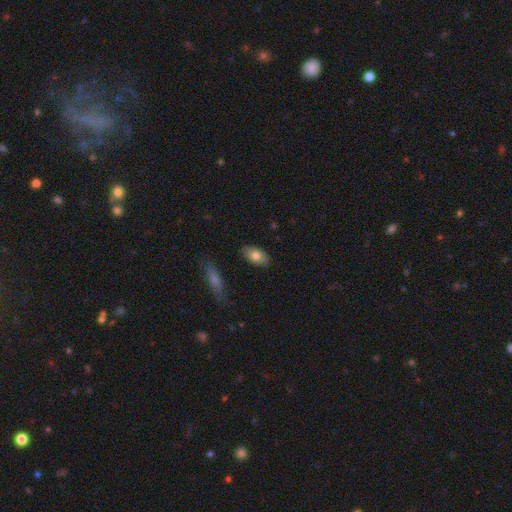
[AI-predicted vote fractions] Morphology: type=smooth (79%); roundness=in between (92%); merging=none (86%).